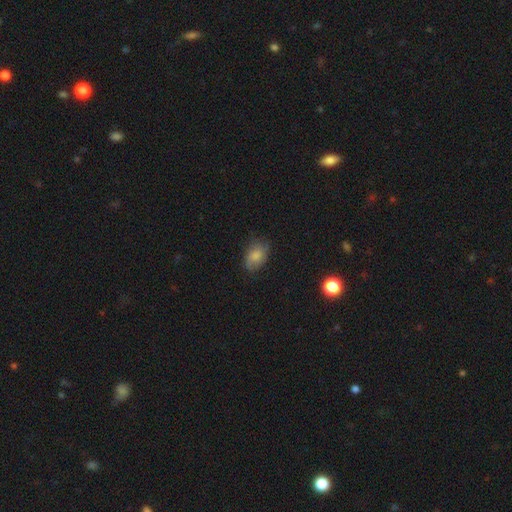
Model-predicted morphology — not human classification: Smooth or featured? Predicted: smooth (p=0.74). How rounded? Predicted: in between (p=0.83). Merging? Predicted: none (p=0.65).